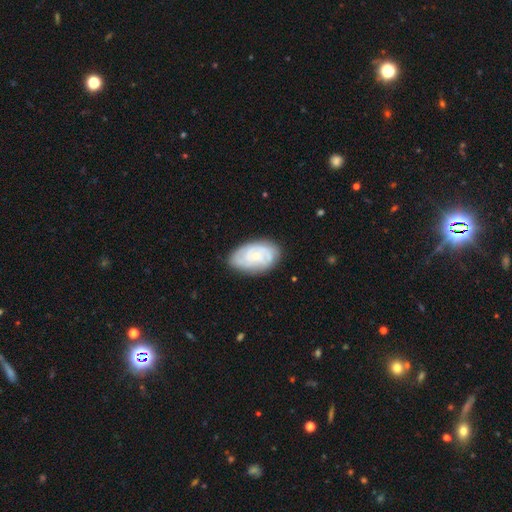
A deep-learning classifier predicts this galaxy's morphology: smooth-or-featured: featured or disk: 72% | smooth: 22% | star or artifact: 6%
  disk-edge-on: no: 97% | yes: 3%
    bar: no: 73% | weak: 24% | strong: 4%
    has-spiral-arms: yes: 91% | no: 9%
      spiral-winding: tight: 64% | medium: 28% | loose: 8%
      spiral-arm-count: can't tell: 35% | 3: 24% | 2: 24% | 4: 9% | 1: 4% | more than 4: 4%
    bulge-size: small: 71% | moderate: 24% | none: 3% | large: 1% | dominant: 1%
  merging: none: 78% | minor disturbance: 17% | major disturbance: 4% | merger: 1%